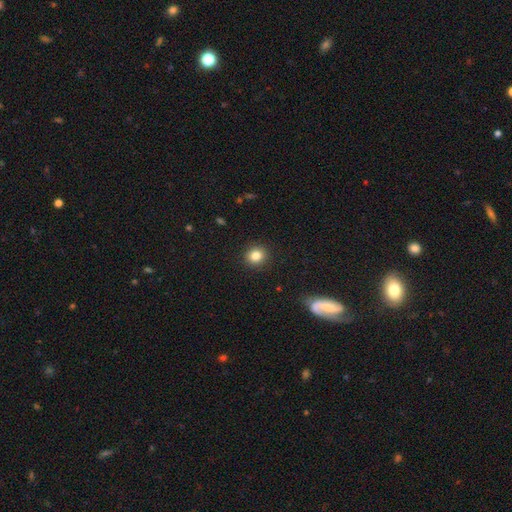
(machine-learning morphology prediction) smooth_or_featured: smooth (p=0.84) [alt: star or artifact p=0.11]
how_rounded: round (p=0.83) [alt: in between p=0.16]
merging: none (p=0.91) [alt: minor disturbance p=0.06]